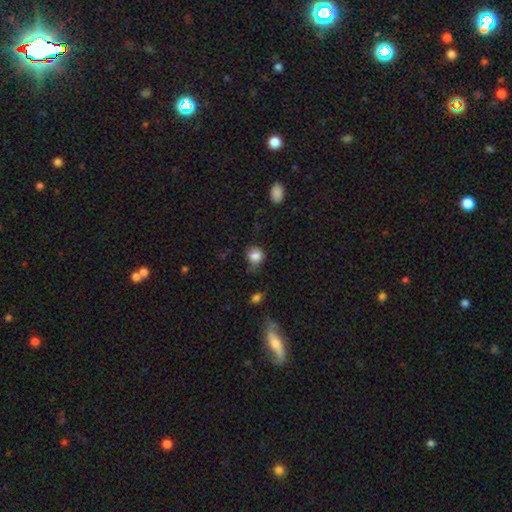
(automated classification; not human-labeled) smooth 84%, star or artifact 10%, featured or disk 6%. Down the decision tree: how rounded — round (83%); merging — none (57%).